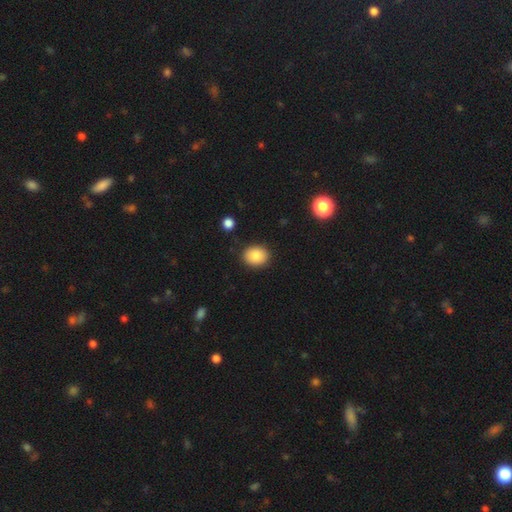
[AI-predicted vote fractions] Smooth or featured?
  - smooth: 85% *
  - star or artifact: 8%
  - featured or disk: 6%
How rounded?
  - round: 56% *
  - in between: 43%
  - cigar-shaped: 1%
Merging?
  - none: 88% *
  - minor disturbance: 9%
  - major disturbance: 2%
  - merger: 1%